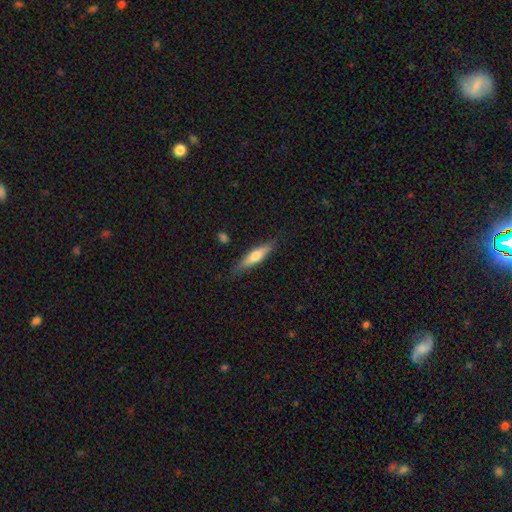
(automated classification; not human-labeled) Q: Smooth or featured?
A: smooth (58%); runner-up: featured or disk (36%)
Q: How rounded?
A: cigar-shaped (76%); runner-up: in between (22%)
Q: Merging?
A: none (80%); runner-up: minor disturbance (15%)